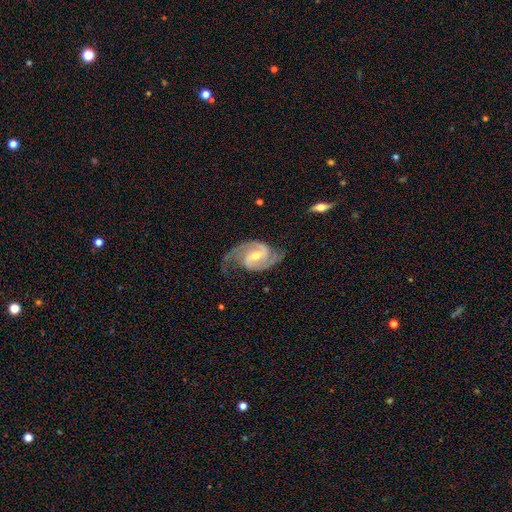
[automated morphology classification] This is clearly a featured or disk galaxy (92%). It is clearly not viewed edge-on (97%). Bar: possibly weak (47%). Spiral arm pattern: clearly yes (98%). Spiral arm count: clearly 2 (90%). Spiral winding: possibly medium (55%). Central bulge: possibly moderate (60%). Merging: likely none (69%).